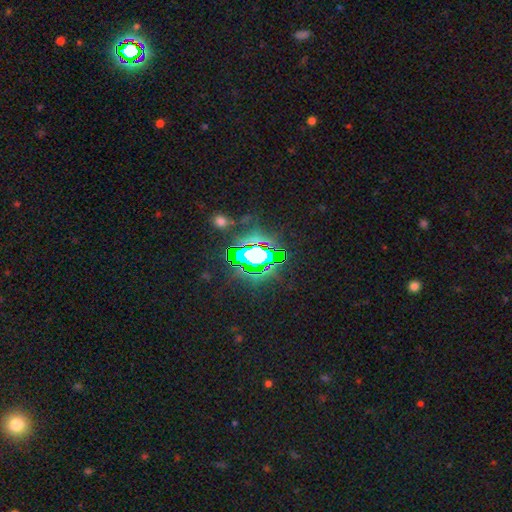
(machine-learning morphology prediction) type=star or artifact (75%).